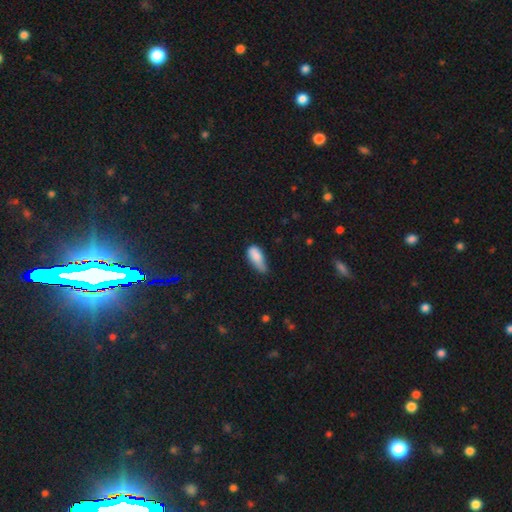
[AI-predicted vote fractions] Overall: smooth (83%). How rounded: in between (83%). Merging: minor disturbance (50%; none 32%).